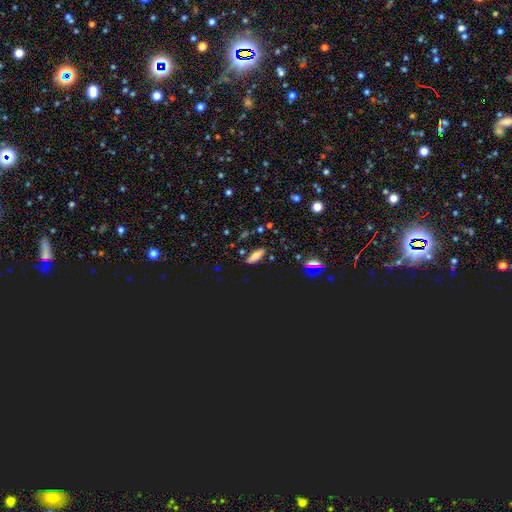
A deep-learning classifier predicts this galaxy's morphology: type=smooth (71%); roundness=in between (75%); merging=none (82%).